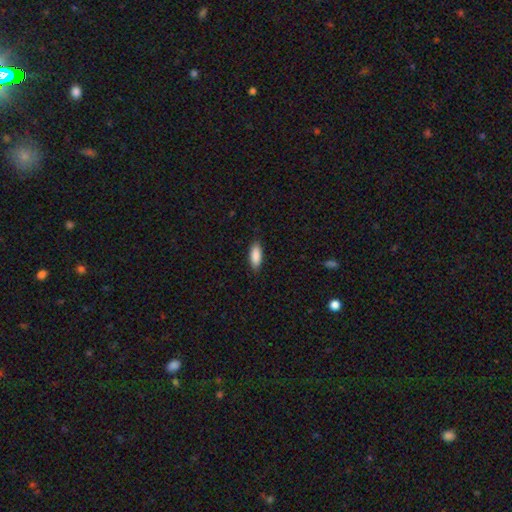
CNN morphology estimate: This is clearly a smooth galaxy (89%). How rounded: likely in between (76%). Merging: clearly none (87%).